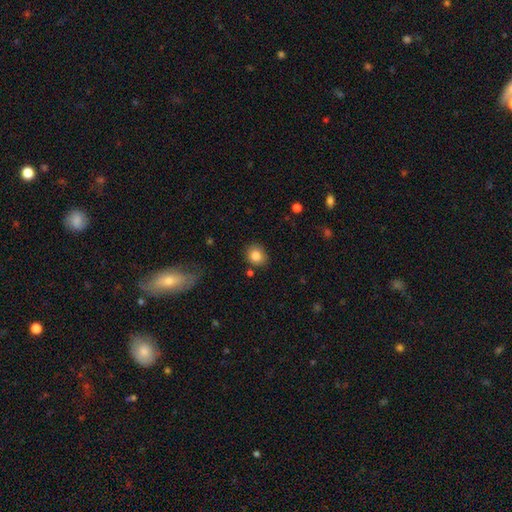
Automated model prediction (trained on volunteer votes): Overall: smooth (84%). How rounded: round (75%). Merging: none (84%).